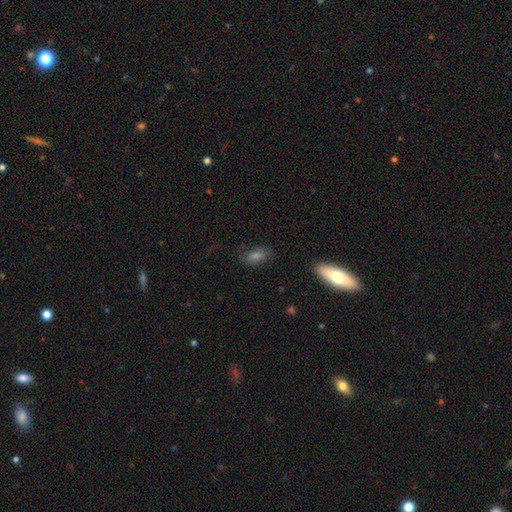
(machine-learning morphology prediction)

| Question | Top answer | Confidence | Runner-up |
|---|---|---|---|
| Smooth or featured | smooth | 63% | featured or disk (23%) |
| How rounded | in between | 82% | cigar-shaped (10%) |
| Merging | none | 76% | minor disturbance (17%) |